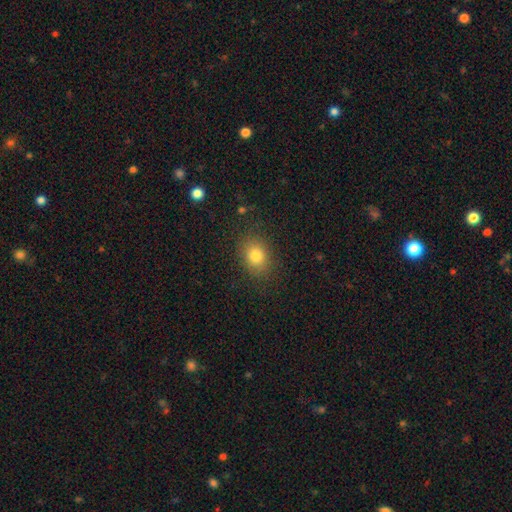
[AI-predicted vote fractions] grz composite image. It shows a smooth galaxy with no disk features (80%) that is in between round and cigar-shaped (55%). Merging: none (85%).